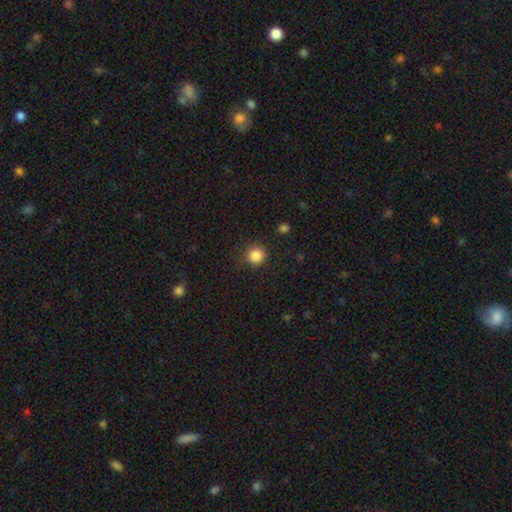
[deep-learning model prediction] Smooth or featured? smooth (86%)
How rounded? round (93%)
Merging? none (89%)